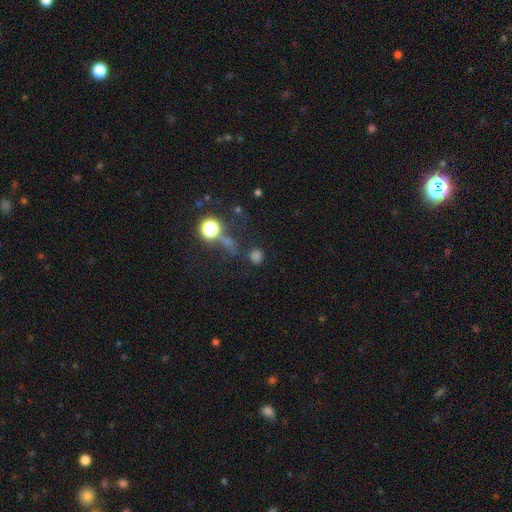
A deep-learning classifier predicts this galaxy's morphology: Smooth or featured?
  - smooth: 64% *
  - star or artifact: 29%
  - featured or disk: 7%
How rounded?
  - round: 71% *
  - in between: 27%
  - cigar-shaped: 2%
Merging?
  - none: 67% *
  - minor disturbance: 13%
  - major disturbance: 11%
  - merger: 9%